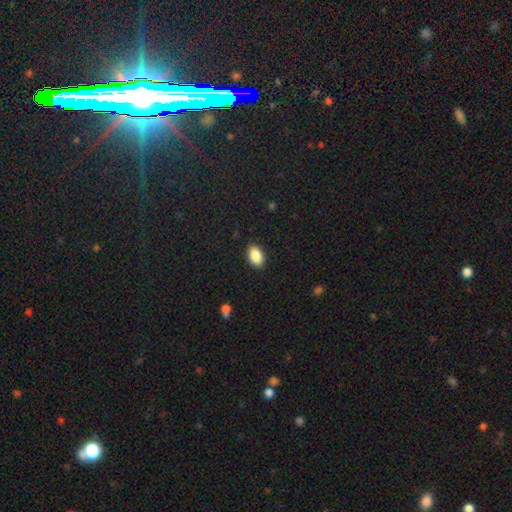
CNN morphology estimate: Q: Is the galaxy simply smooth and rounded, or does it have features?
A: smooth — 88%.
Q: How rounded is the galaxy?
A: in between — 91%.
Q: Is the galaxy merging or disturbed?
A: none — 89%.